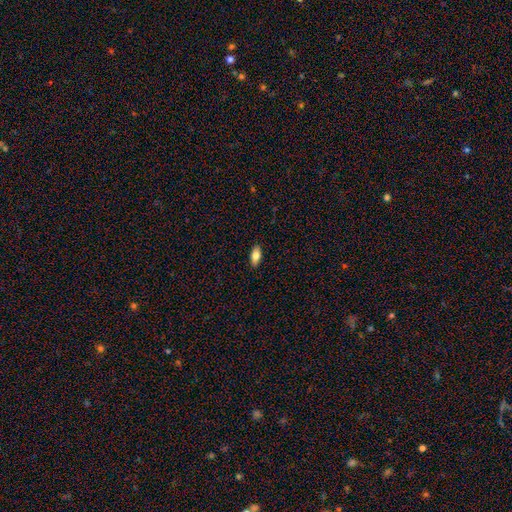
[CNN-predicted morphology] A smooth galaxy with no disk features (79%) that is in between round and cigar-shaped (88%). Merging: none (89%).